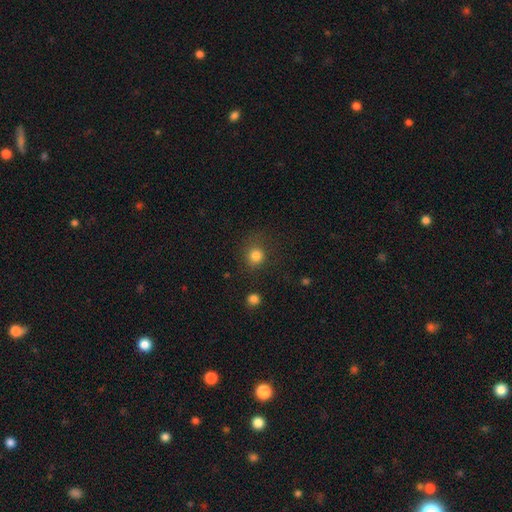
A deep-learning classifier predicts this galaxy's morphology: smooth 82%, star or artifact 13%, featured or disk 5%. Down the decision tree: how rounded — round (87%); merging — none (77%).